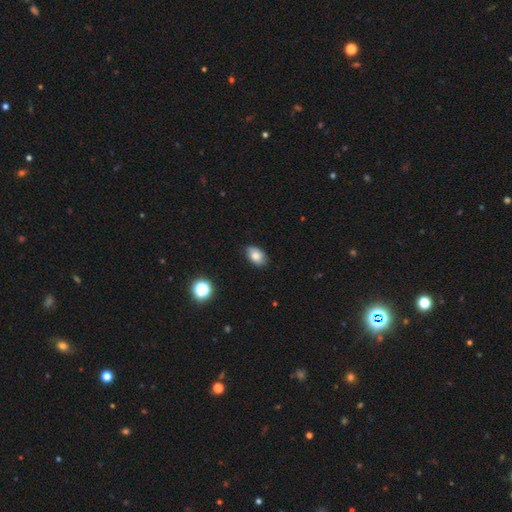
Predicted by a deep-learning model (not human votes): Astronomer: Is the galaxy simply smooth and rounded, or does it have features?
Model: smooth — 81%.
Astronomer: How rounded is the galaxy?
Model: in between — 88%.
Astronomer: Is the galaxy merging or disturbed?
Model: none — 81%.